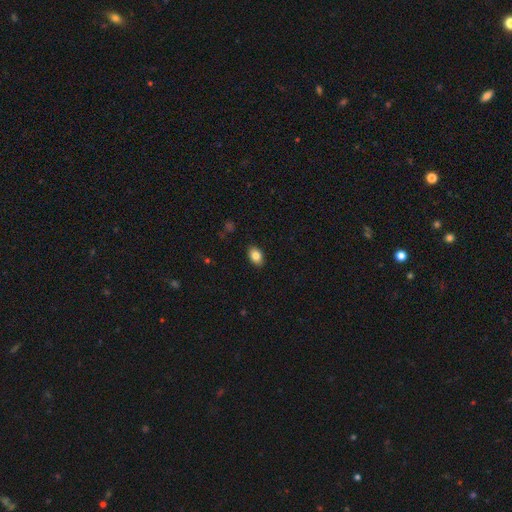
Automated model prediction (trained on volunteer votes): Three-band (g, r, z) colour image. It shows a smooth galaxy with no disk features (84%) that is in between round and cigar-shaped (86%). Merging: none (89%).